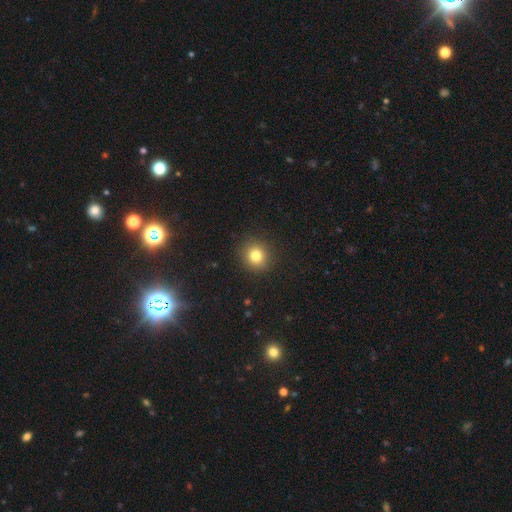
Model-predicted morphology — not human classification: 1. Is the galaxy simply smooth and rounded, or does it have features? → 80% smooth, 13% star or artifact, 7% featured or disk.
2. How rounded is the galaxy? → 88% round, 11% in between, 1% cigar-shaped.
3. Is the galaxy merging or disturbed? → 91% none, 6% minor disturbance, 2% major disturbance, 1% merger.